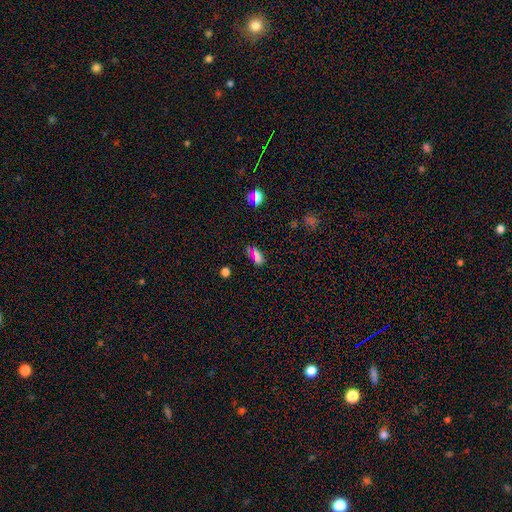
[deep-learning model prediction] This appears to be a smooth galaxy with no disk features (64%) that is in between round and cigar-shaped (75%). Merging: none (74%).